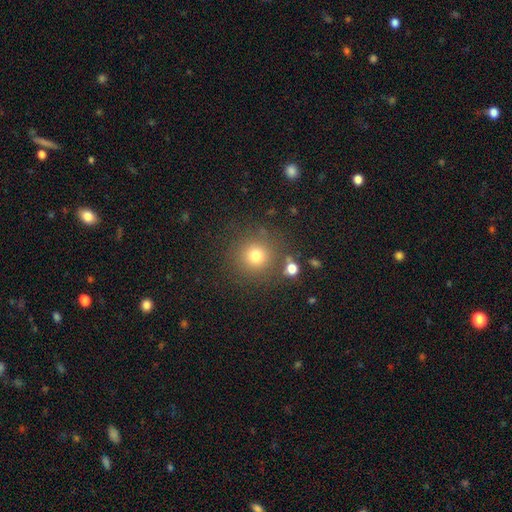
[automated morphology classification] Smooth or featured? smooth (76%)
How rounded? round (94%)
Merging? none (83%)